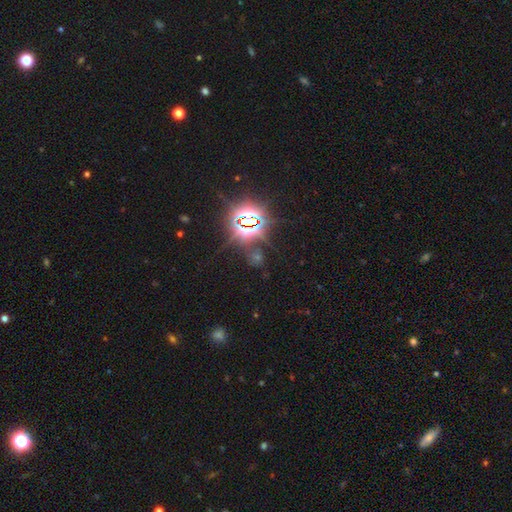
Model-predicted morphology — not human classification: This is clearly a star or artifact rather than a galaxy (80%).